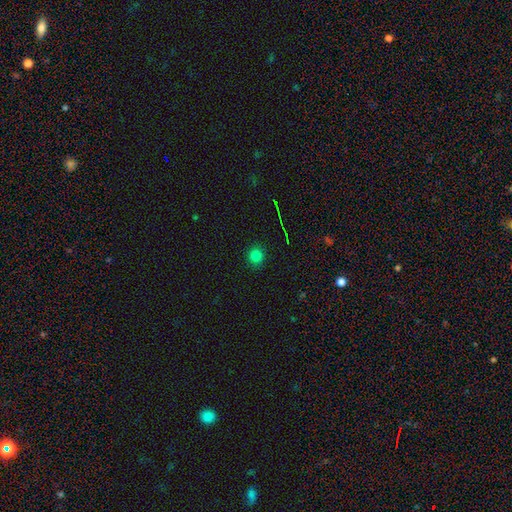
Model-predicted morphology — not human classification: This appears to be a smooth galaxy with no disk features (79%) that is round (89%). Merging: none (90%).